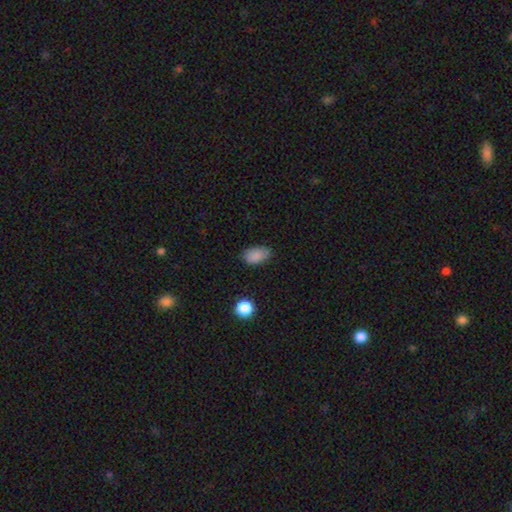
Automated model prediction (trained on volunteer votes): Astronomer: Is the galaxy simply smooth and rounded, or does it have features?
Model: smooth — 86%.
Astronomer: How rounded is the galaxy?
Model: in between — 89%.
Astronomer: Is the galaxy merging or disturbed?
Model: none — 75%.